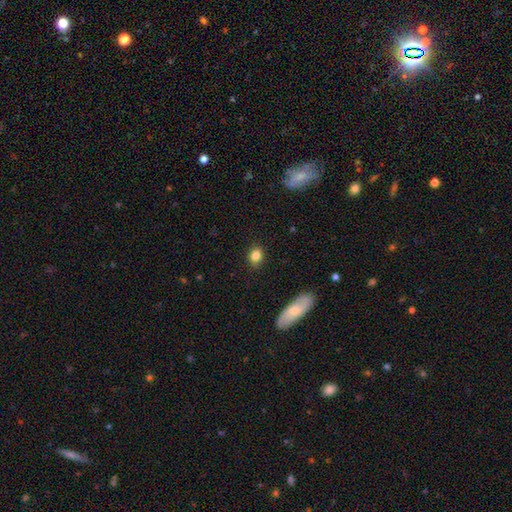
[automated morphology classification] Smooth or featured? Predicted: smooth (p=0.83). How rounded? Predicted: round (p=0.54). Merging? Predicted: none (p=0.87).